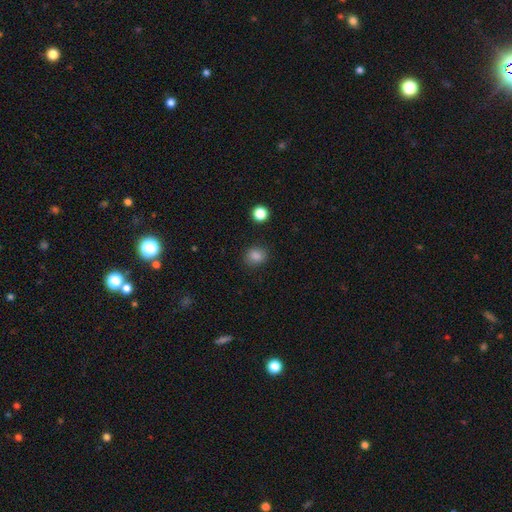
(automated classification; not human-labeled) Smooth or featured?
  - smooth: 84% *
  - star or artifact: 12%
  - featured or disk: 4%
How rounded?
  - round: 66% *
  - in between: 33%
  - cigar-shaped: 1%
Merging?
  - none: 84% *
  - minor disturbance: 11%
  - major disturbance: 3%
  - merger: 2%